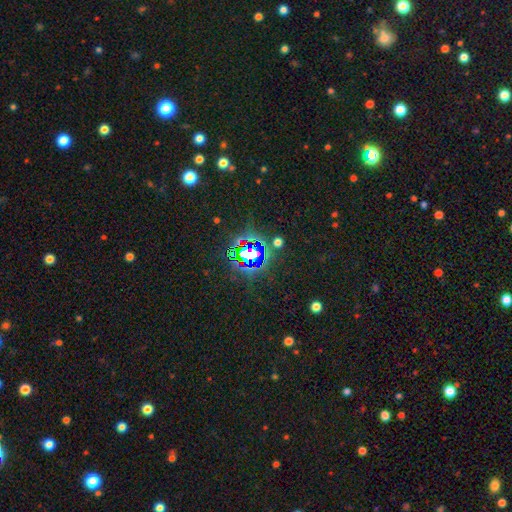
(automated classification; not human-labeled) The model was most divided on "smooth or featured": star or artifact: 78%, smooth: 12%, featured or disk: 9%.